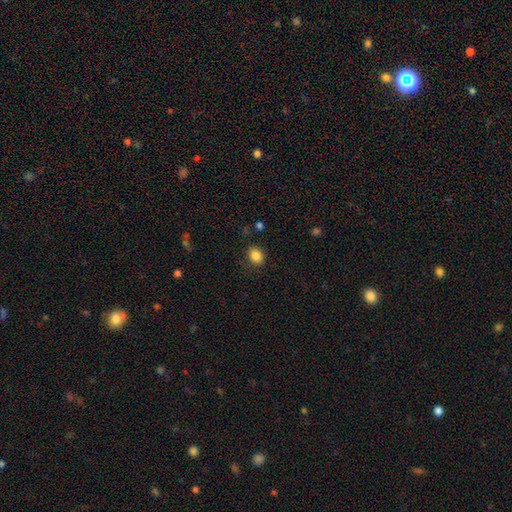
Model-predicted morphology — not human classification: Smooth or featured: smooth — 85% (star or artifact — 10%)
How rounded: in between — 53% (round — 47%)
Merging: none — 85% (minor disturbance — 11%)